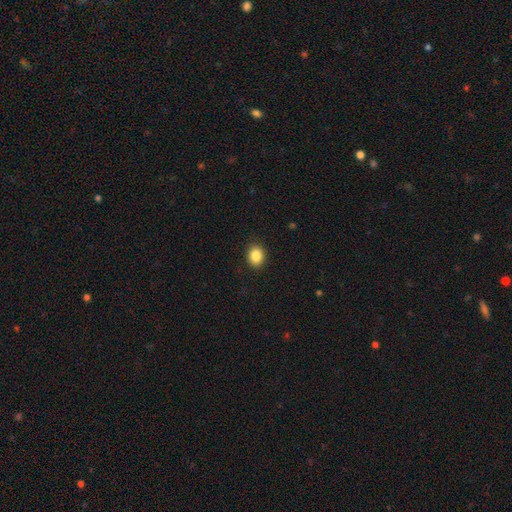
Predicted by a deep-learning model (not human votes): Smooth or featured? Predicted: smooth (p=0.86). How rounded? Predicted: round (p=0.55). Merging? Predicted: none (p=0.90).